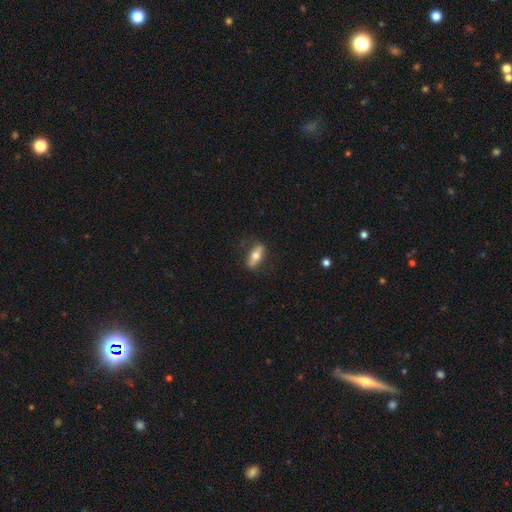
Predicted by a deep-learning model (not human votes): This is possibly a smooth galaxy (60%). How rounded: likely in between (63%). Merging: clearly none (80%).